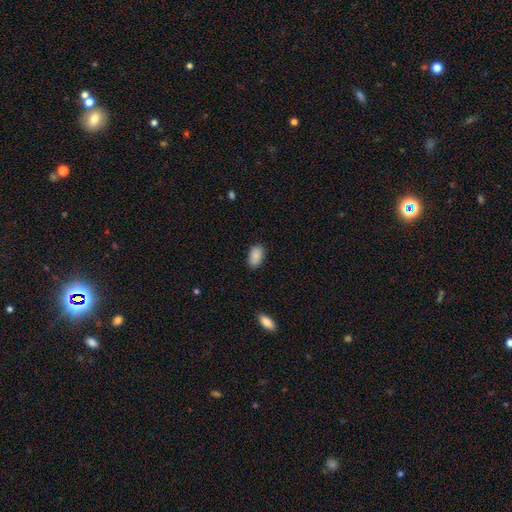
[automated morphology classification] A smooth galaxy with no disk features (88%) that is in between round and cigar-shaped (92%). Merging: none (82%).